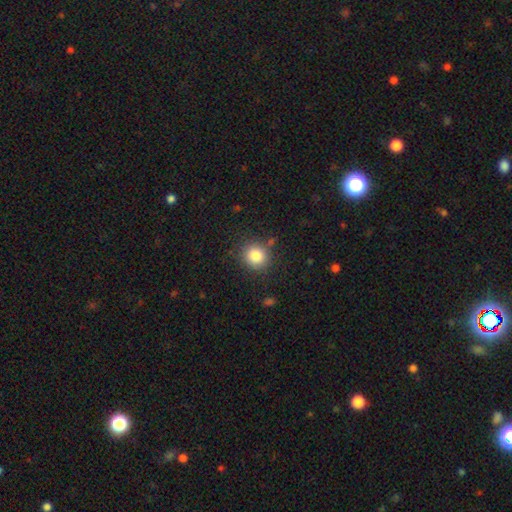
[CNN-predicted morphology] Smooth or featured? Predicted: smooth (p=0.83). How rounded? Predicted: round (p=0.86). Merging? Predicted: none (p=0.84).